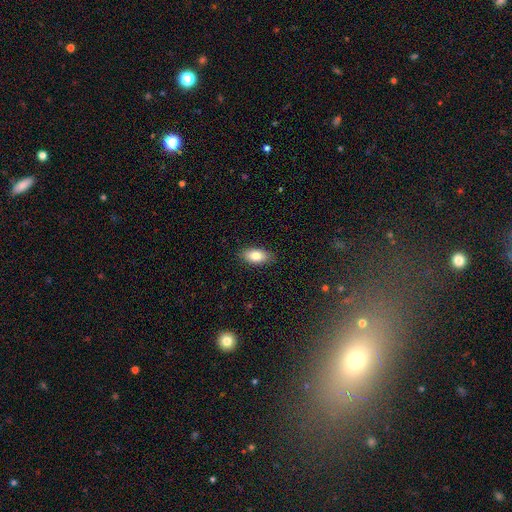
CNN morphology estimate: smooth 83%, featured or disk 10%, star or artifact 7%. Down the decision tree: how rounded — in between (90%); merging — none (87%).